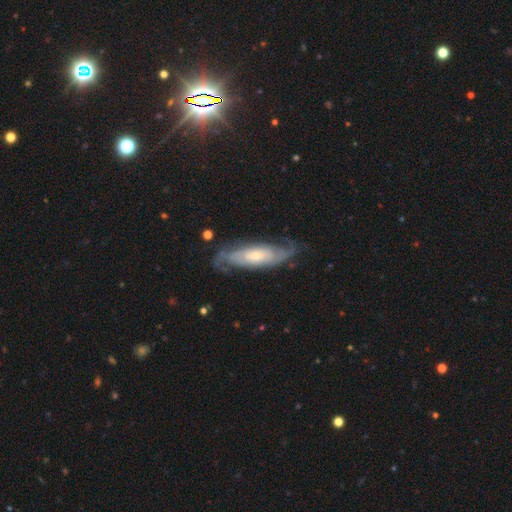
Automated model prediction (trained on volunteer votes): Morphology: type=featured or disk (78%); edge-on=no (84%); bar=no (66%); spiral arms=yes (92%); winding=tight (47%); arm count=2 (53%); bulge=small (56%); merging=none (69%).